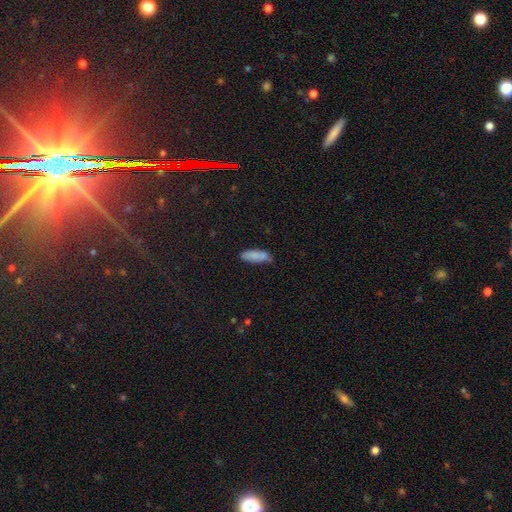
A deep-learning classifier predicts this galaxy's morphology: smooth 83%, featured or disk 10%, star or artifact 7%. Down the decision tree: how rounded — in between (65%); merging — none (66%).